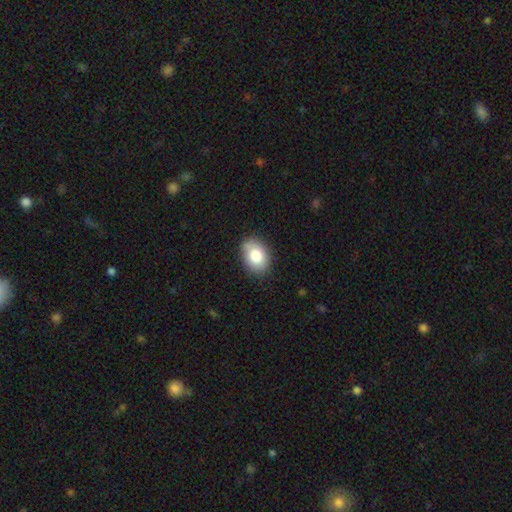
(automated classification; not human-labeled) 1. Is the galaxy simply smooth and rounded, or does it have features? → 81% smooth, 11% featured or disk, 8% star or artifact.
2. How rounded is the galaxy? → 78% in between, 21% round, 1% cigar-shaped.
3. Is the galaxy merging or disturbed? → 80% none, 15% minor disturbance, 3% major disturbance, 2% merger.